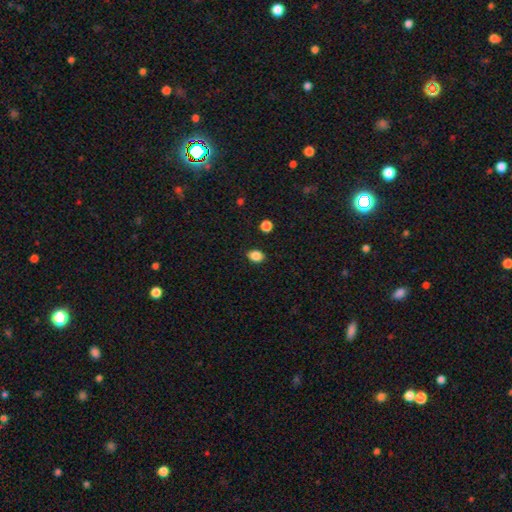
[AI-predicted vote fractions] smooth_or_featured: smooth (p=0.87) [alt: star or artifact p=0.10]
how_rounded: in between (p=0.69) [alt: round p=0.30]
merging: none (p=0.87) [alt: minor disturbance p=0.09]